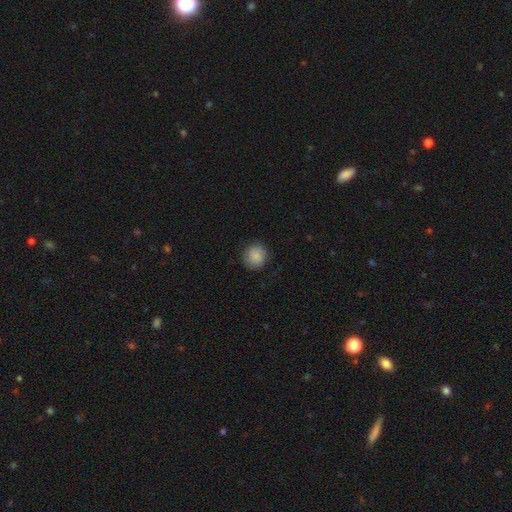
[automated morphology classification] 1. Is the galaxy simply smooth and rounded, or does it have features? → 86% smooth, 8% star or artifact, 7% featured or disk.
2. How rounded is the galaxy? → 89% round, 10% in between, 1% cigar-shaped.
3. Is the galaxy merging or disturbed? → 86% none, 10% minor disturbance, 3% major disturbance, 1% merger.